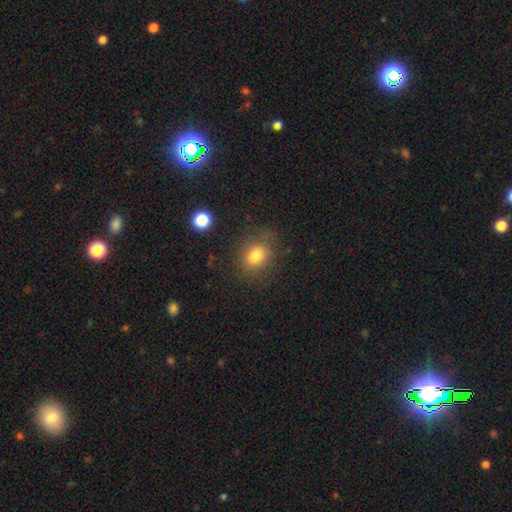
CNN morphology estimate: Overall: smooth (78%). How rounded: round (50%; in between 49%). Merging: none (75%).